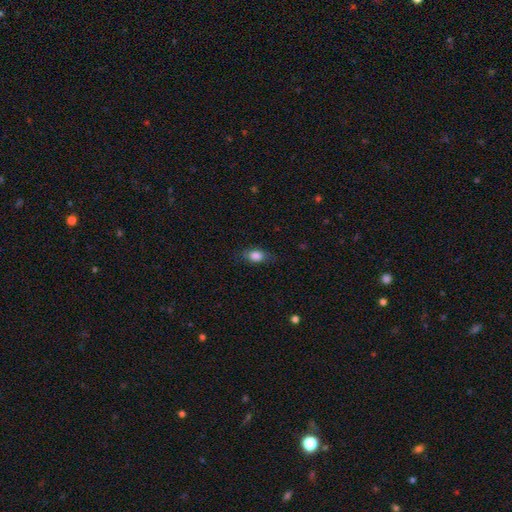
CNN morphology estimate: type=smooth (83%); roundness=in between (77%); merging=none (76%).